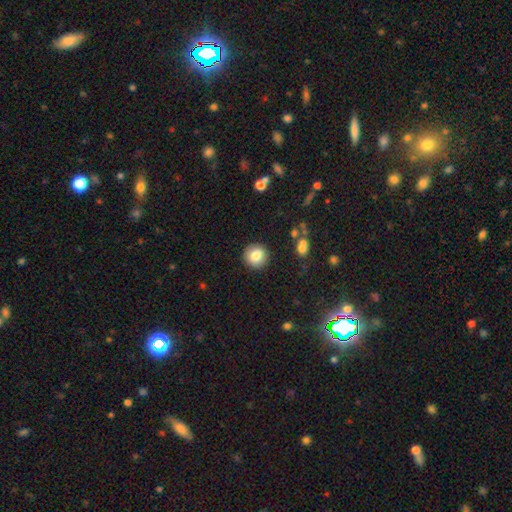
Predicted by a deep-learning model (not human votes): Overall: smooth (83%). How rounded: round (93%). Merging: none (91%).